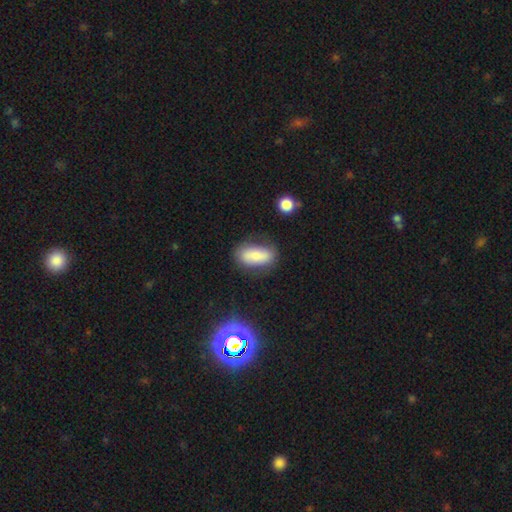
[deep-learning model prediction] Morphology: type=smooth (72%); roundness=in between (86%); merging=none (73%).